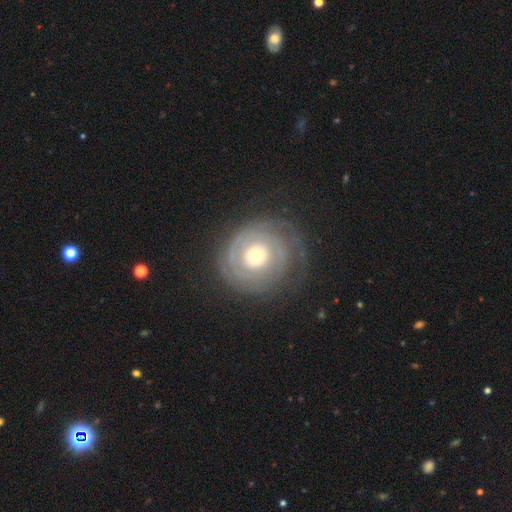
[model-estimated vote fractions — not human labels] smooth_or_featured: featured or disk (p=0.78) [alt: smooth p=0.16]
disk_edge_on: no (p=0.97) [alt: yes p=0.03]
bar: no (p=0.84) [alt: weak p=0.12]
has_spiral_arms: yes (p=0.85) [alt: no p=0.15]
spiral_winding: tight (p=0.81) [alt: medium p=0.13]
spiral_arm_count: can't tell (p=0.40) [alt: 2 p=0.26]
bulge_size: moderate (p=0.60) [alt: small p=0.31]
merging: none (p=0.72) [alt: minor disturbance p=0.16]